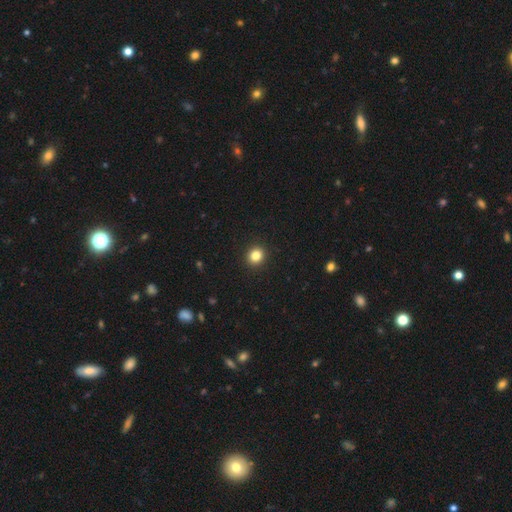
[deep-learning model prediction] smooth 84%, star or artifact 11%, featured or disk 5%. Down the decision tree: how rounded — round (86%); merging — none (93%).